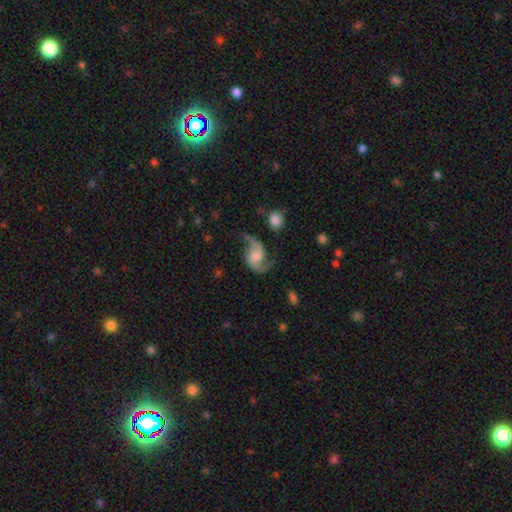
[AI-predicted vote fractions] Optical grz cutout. It shows a featured or disk galaxy (88%) with no bar (56%), 2 (93%) loose (66%) spiral arms (97%) and no central bulge (38%). Merging: none (64%).